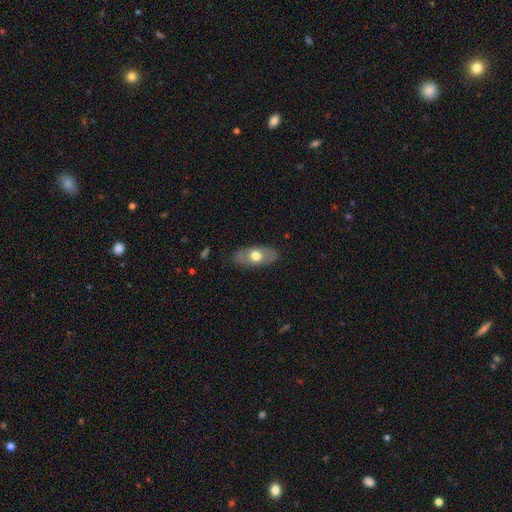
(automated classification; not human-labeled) This is possibly a smooth galaxy (55%). How rounded: clearly in between (88%). Merging: clearly none (83%).